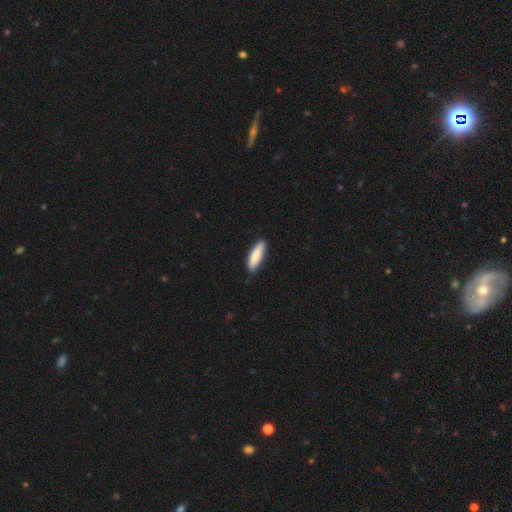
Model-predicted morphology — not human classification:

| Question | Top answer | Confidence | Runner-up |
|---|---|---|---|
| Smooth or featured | smooth | 81% | featured or disk (13%) |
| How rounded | cigar-shaped | 62% | in between (36%) |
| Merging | none | 84% | minor disturbance (13%) |